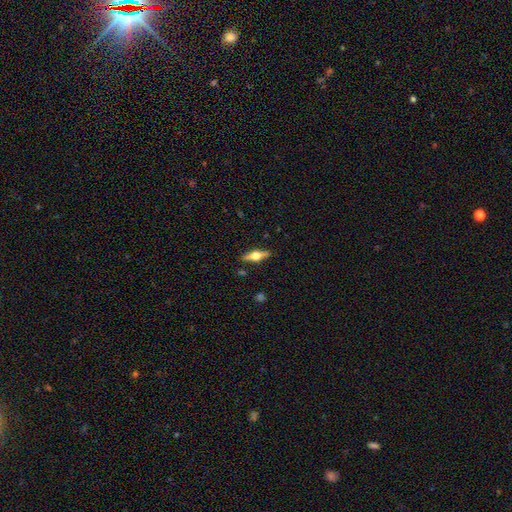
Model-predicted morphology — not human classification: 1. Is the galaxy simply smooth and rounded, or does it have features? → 66% featured or disk, 28% smooth, 6% star or artifact.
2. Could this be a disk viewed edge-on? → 96% yes, 4% no.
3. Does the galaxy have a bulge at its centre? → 95% rounded, 3% boxy, 1% none.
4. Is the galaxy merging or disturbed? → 89% none, 8% minor disturbance, 2% major disturbance, 1% merger.